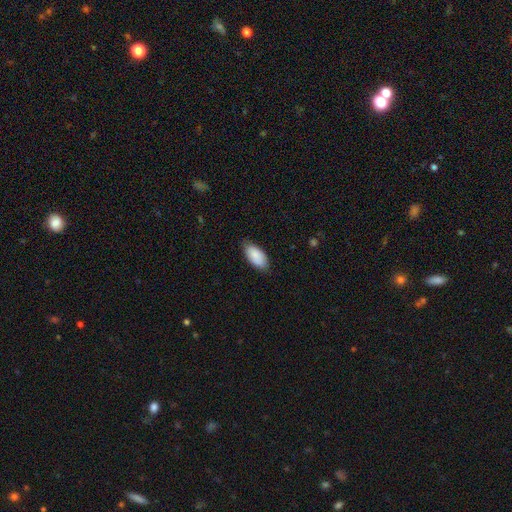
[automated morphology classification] Smooth or featured? smooth (88%)
How rounded? in between (93%)
Merging? none (79%)